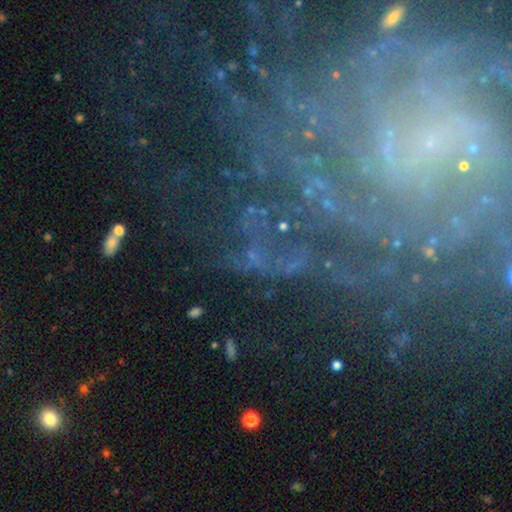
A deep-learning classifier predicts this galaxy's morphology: Smooth or featured? Predicted: star or artifact (p=0.52).